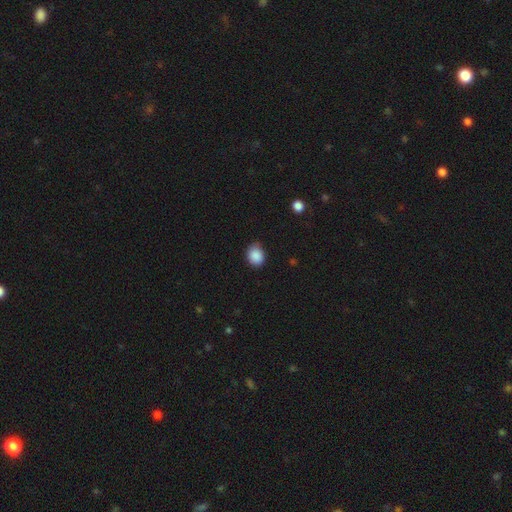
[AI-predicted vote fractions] Smooth or featured? Predicted: smooth (p=0.88). How rounded? Predicted: round (p=0.54). Merging? Predicted: none (p=0.77).